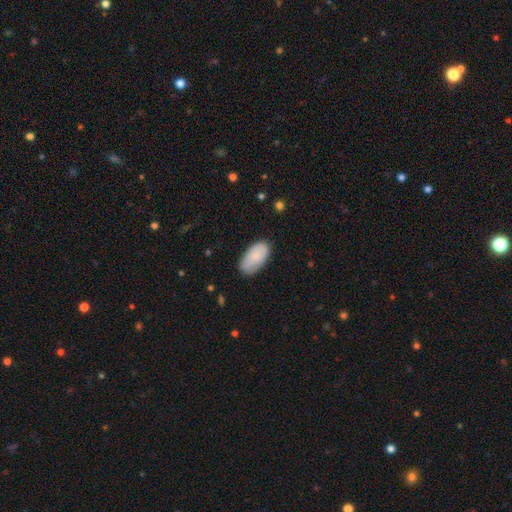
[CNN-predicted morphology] smooth-or-featured: smooth: 83% | featured or disk: 11% | star or artifact: 6%
  how-rounded: in between: 95% | round: 3% | cigar-shaped: 2%
  merging: none: 79% | minor disturbance: 17% | major disturbance: 3% | merger: 1%